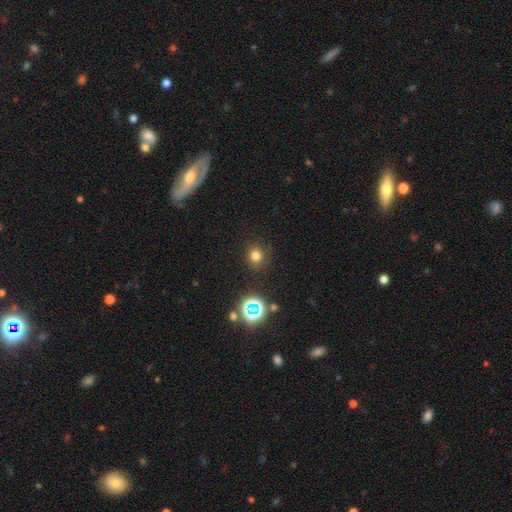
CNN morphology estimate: This appears to be a smooth galaxy with no disk features (74%) that is round (87%). Merging: none (86%).